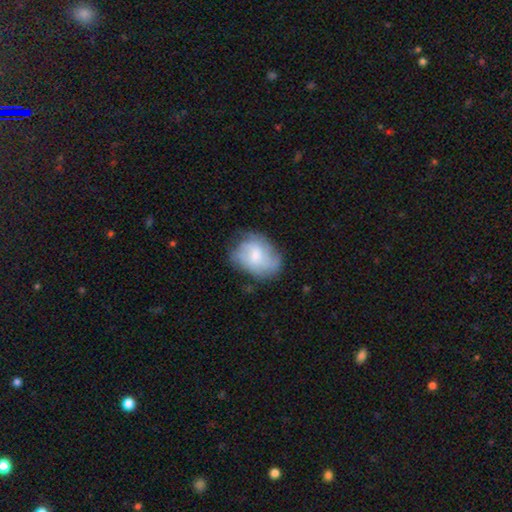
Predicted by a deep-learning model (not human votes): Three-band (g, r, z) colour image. It shows a smooth galaxy with no disk features (53%) that is in between round and cigar-shaped (66%). Merging: none (57%).